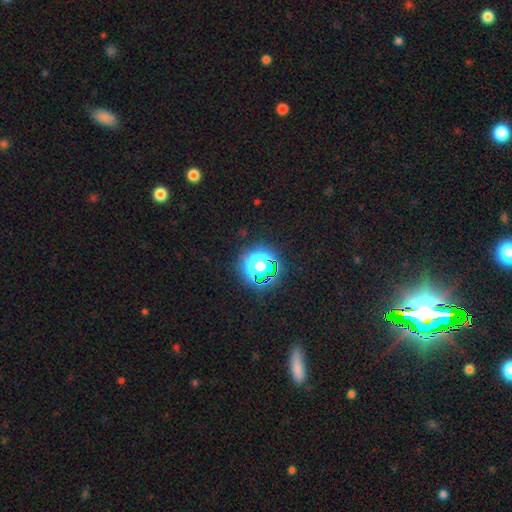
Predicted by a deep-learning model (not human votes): smooth_or_featured: star or artifact (p=0.77) [alt: smooth p=0.16]